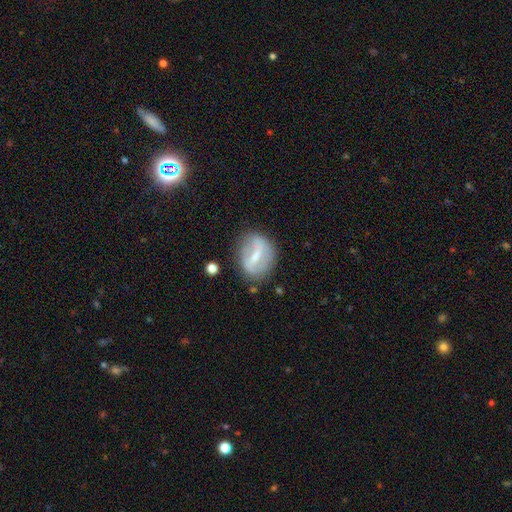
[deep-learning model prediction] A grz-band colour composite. It shows a featured or disk galaxy (62%) with a strong bar (57%), no spiral arms (56%) and a small central bulge (46%). Merging: none (71%).